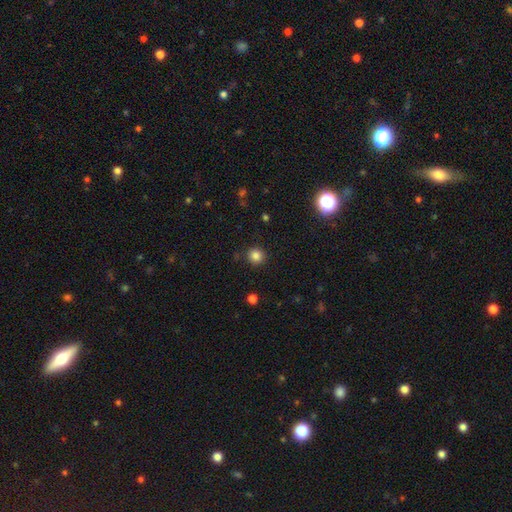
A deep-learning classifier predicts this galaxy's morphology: Smooth or featured?
  - smooth: 83% *
  - star or artifact: 12%
  - featured or disk: 5%
How rounded?
  - round: 93% *
  - in between: 6%
  - cigar-shaped: 1%
Merging?
  - none: 89% *
  - minor disturbance: 7%
  - major disturbance: 2%
  - merger: 2%